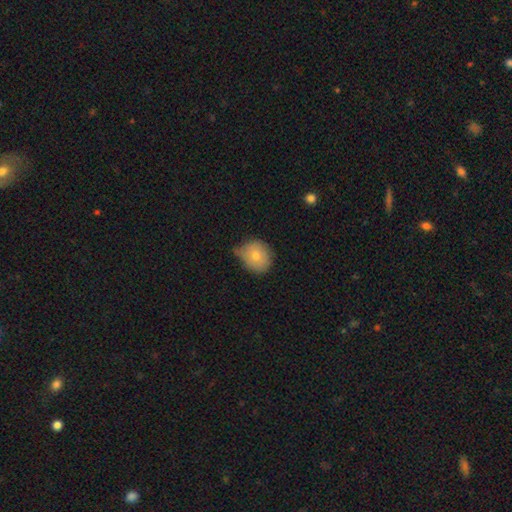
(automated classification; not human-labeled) Smooth or featured?
  - smooth: 75% *
  - featured or disk: 16%
  - star or artifact: 9%
How rounded?
  - round: 75% *
  - in between: 24%
  - cigar-shaped: 1%
Merging?
  - none: 48% *
  - minor disturbance: 39%
  - major disturbance: 8%
  - merger: 5%